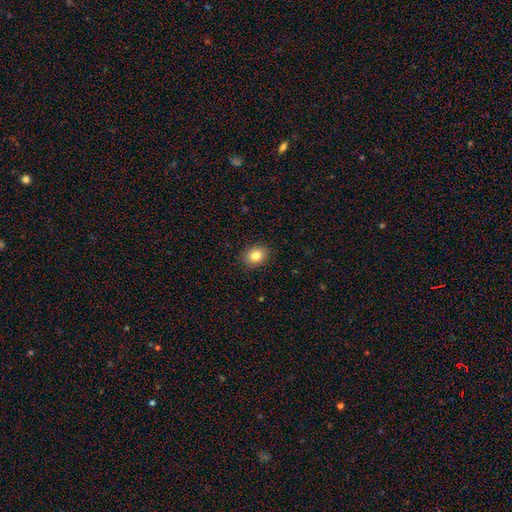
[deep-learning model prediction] Overall: smooth (84%). How rounded: in between (51%; round 48%). Merging: none (90%).